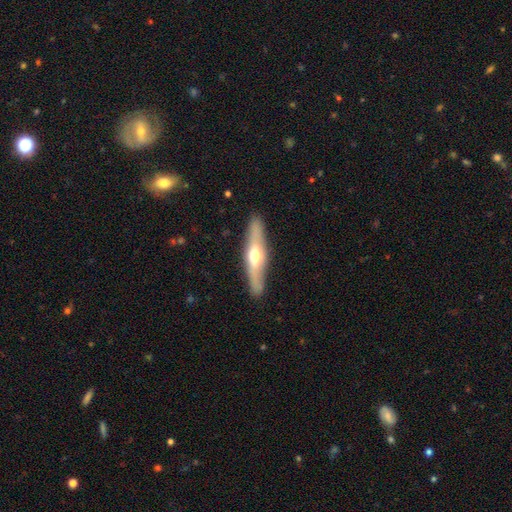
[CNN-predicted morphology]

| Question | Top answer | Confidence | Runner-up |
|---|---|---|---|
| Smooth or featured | featured or disk | 56% | smooth (39%) |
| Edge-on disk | yes | 88% | no (12%) |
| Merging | none | 88% | minor disturbance (9%) |